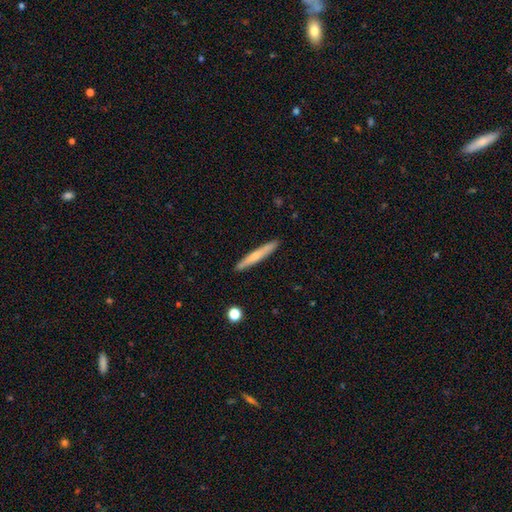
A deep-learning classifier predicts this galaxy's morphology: This is possibly a smooth galaxy (57%). How rounded: clearly cigar-shaped (95%). Merging: clearly none (91%).